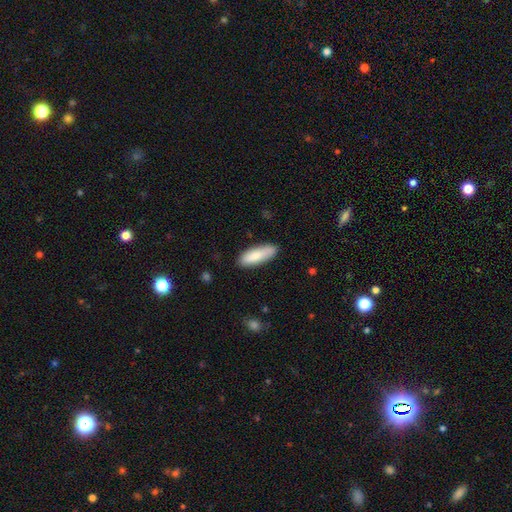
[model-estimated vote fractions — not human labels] The model was most divided on "how rounded": in between: 61%, cigar-shaped: 37%, round: 2%. More confident: merging — none (82%); smooth or featured — smooth (82%).